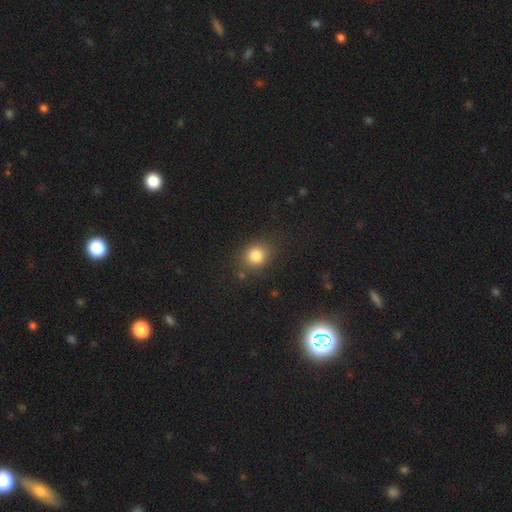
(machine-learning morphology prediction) Smooth or featured?
  - smooth: 81% *
  - star or artifact: 12%
  - featured or disk: 7%
How rounded?
  - round: 68% *
  - in between: 31%
  - cigar-shaped: 1%
Merging?
  - none: 80% *
  - minor disturbance: 12%
  - major disturbance: 4%
  - merger: 3%